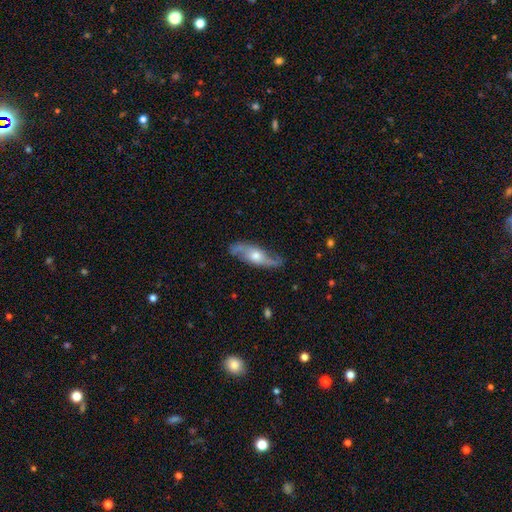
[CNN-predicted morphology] smooth_or_featured: featured or disk (p=0.79) [alt: smooth p=0.15]
disk_edge_on: no (p=0.77) [alt: yes p=0.23]
bar: no (p=0.66) [alt: weak p=0.27]
has_spiral_arms: yes (p=0.92) [alt: no p=0.08]
spiral_winding: loose (p=0.53) [alt: medium p=0.34]
spiral_arm_count: 2 (p=0.90) [alt: can't tell p=0.05]
bulge_size: moderate (p=0.66) [alt: small p=0.21]
merging: none (p=0.81) [alt: minor disturbance p=0.14]